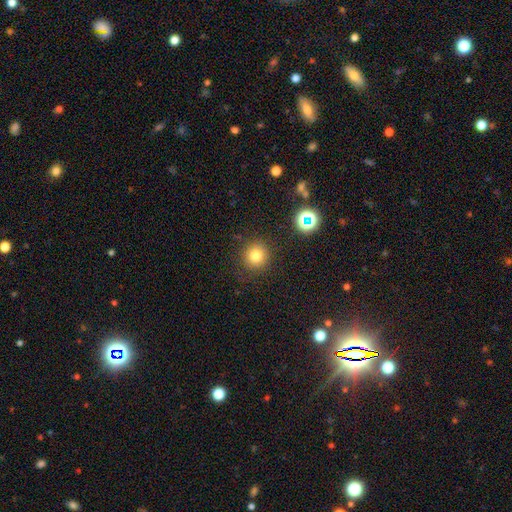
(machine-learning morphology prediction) Overall: smooth (78%). How rounded: round (92%). Merging: none (87%).